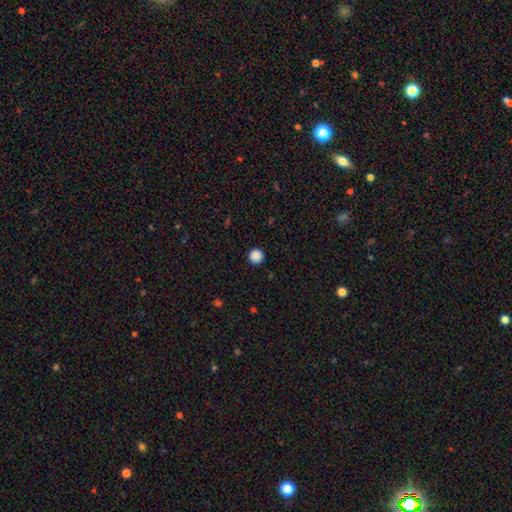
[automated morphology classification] A smooth galaxy with no disk features (88%) that is round (96%). Merging: none (93%).